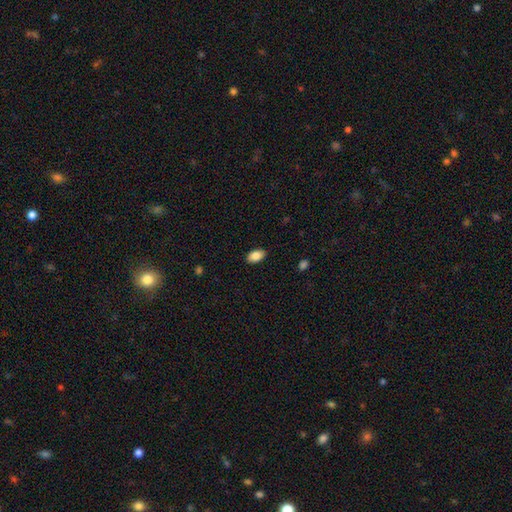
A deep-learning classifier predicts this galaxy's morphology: This appears to be a smooth galaxy with no disk features (86%) that is in between round and cigar-shaped (92%). Merging: none (88%).